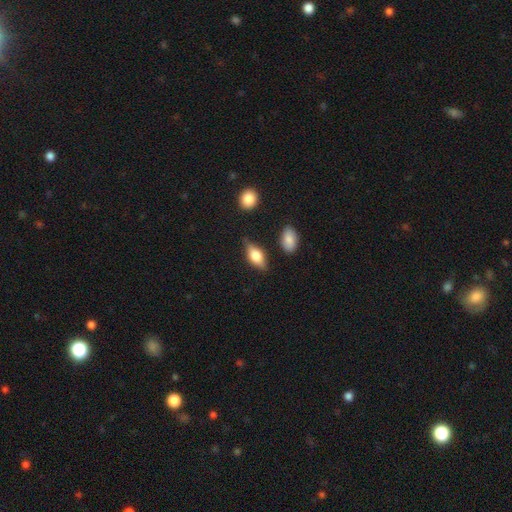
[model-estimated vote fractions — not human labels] A smooth galaxy with no disk features (62%) that is in between round and cigar-shaped (82%). Merging: none (75%).